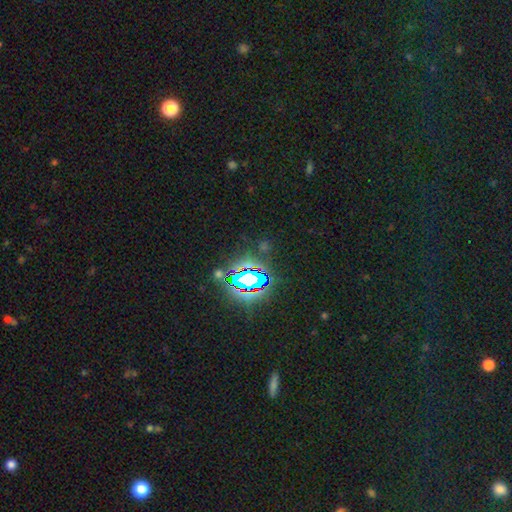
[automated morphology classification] A star or artifact, not a galaxy (80%).